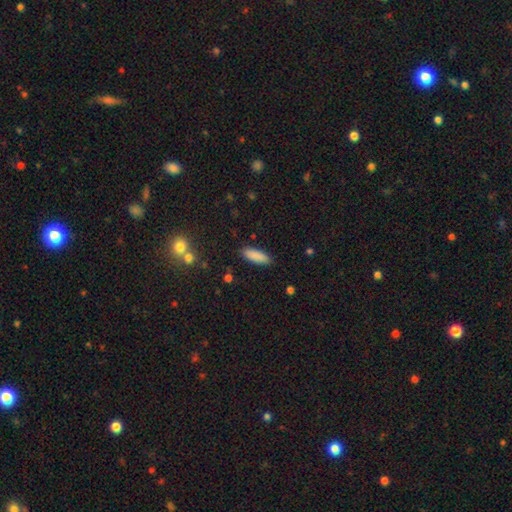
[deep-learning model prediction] smooth 88%, star or artifact 7%, featured or disk 5%. Down the decision tree: how rounded — in between (62%); merging — none (89%).